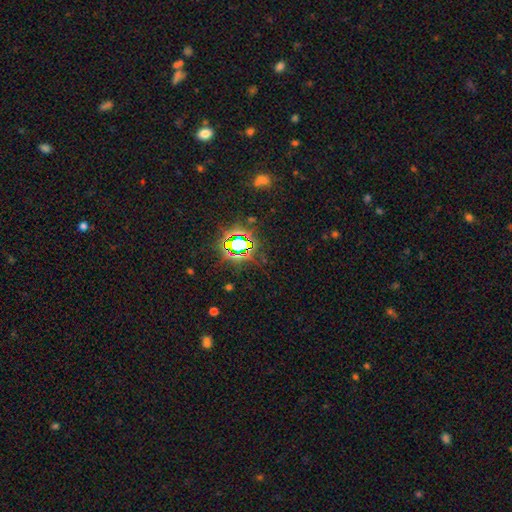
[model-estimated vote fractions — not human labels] Smooth or featured: star or artifact — 80% (smooth — 12%)